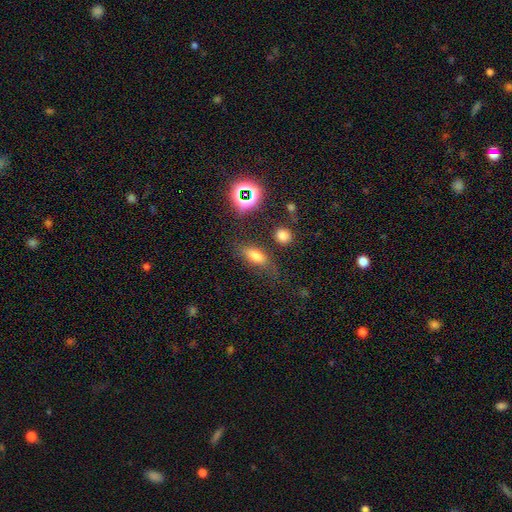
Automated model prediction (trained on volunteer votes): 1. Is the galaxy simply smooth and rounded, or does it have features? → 69% smooth, 17% star or artifact, 14% featured or disk.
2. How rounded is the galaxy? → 74% in between, 18% cigar-shaped, 8% round.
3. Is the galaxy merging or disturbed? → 63% none, 20% minor disturbance, 11% major disturbance, 6% merger.